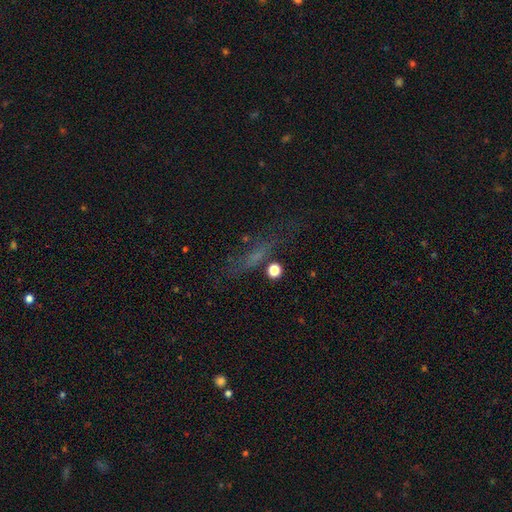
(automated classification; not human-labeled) Smooth or featured: smooth — 44% (featured or disk — 28%)
Merging: none — 61% (minor disturbance — 19%)